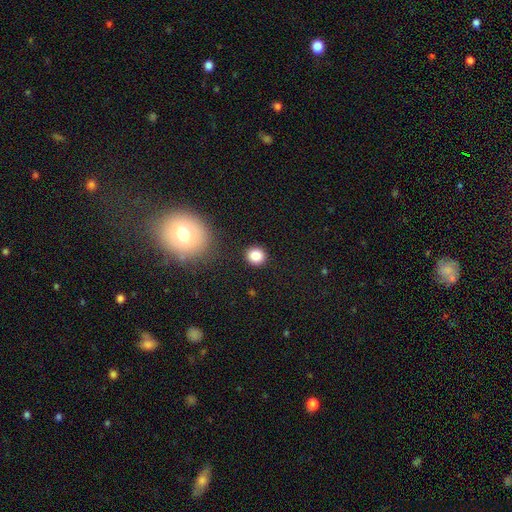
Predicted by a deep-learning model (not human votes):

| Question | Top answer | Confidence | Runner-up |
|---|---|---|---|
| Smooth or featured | smooth | 86% | star or artifact (10%) |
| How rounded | round | 88% | in between (11%) |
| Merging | none | 90% | minor disturbance (6%) |